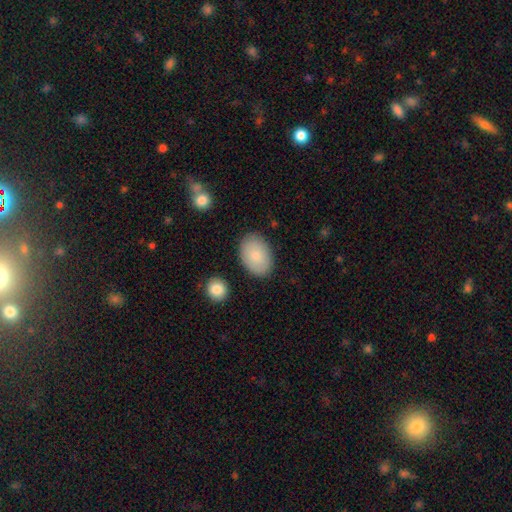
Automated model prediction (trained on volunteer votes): Smooth or featured: smooth — 84% (featured or disk — 10%)
How rounded: in between — 87% (round — 12%)
Merging: none — 85% (minor disturbance — 11%)